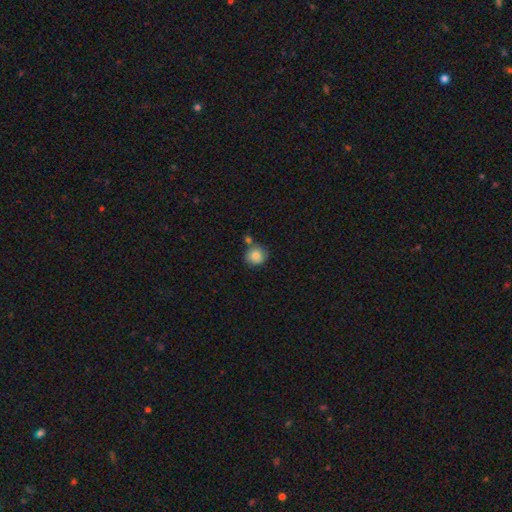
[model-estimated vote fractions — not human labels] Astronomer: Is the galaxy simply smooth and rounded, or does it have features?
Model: smooth — 84%.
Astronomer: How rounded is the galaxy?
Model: round — 86%.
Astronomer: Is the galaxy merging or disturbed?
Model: none — 64%.